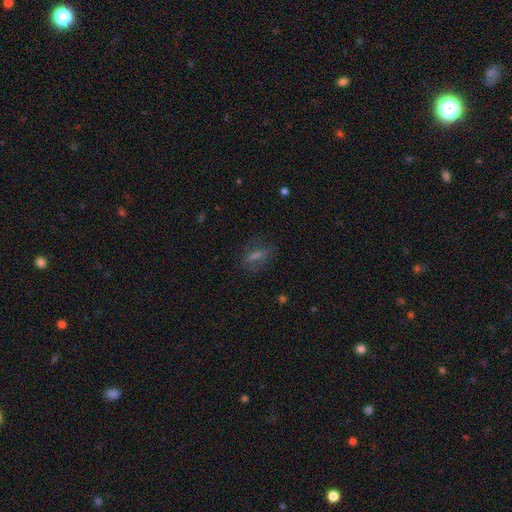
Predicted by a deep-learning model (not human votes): Q: Smooth or featured?
A: smooth (47%); runner-up: featured or disk (29%)
Q: Merging?
A: none (75%); runner-up: minor disturbance (15%)